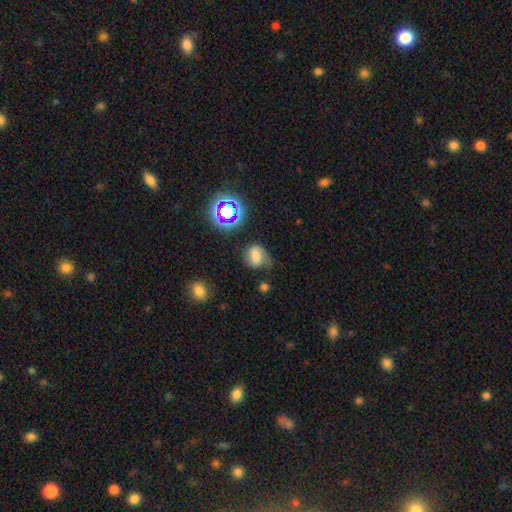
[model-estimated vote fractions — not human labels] smooth 57%, featured or disk 26%, star or artifact 17%. Down the decision tree: how rounded — round (53%); merging — none (51%).